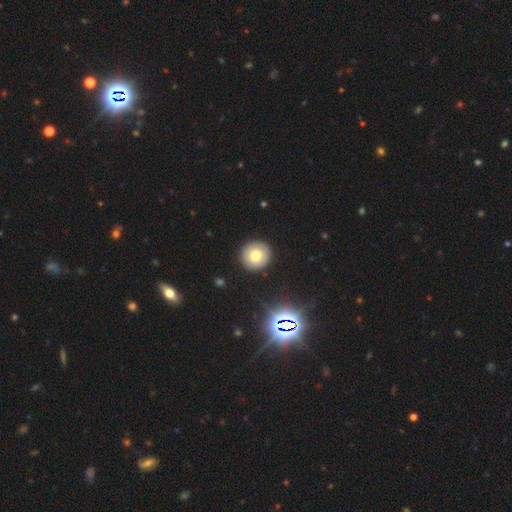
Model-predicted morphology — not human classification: smooth-or-featured: smooth: 73% | featured or disk: 14% | star or artifact: 13%
  how-rounded: round: 92% | in between: 7% | cigar-shaped: 1%
  merging: none: 91% | minor disturbance: 6% | major disturbance: 2% | merger: 1%